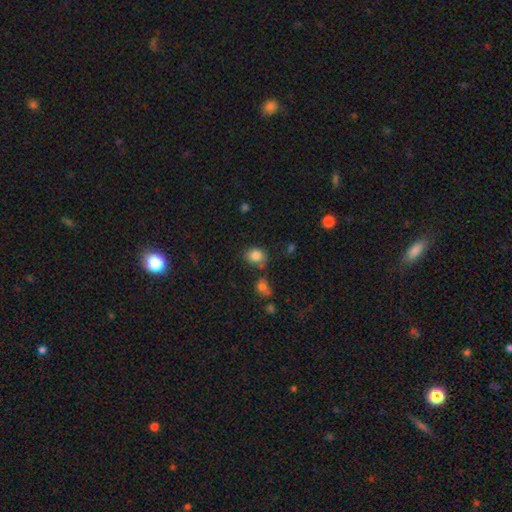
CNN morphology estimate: smooth-or-featured: smooth: 84% | star or artifact: 10% | featured or disk: 6%
  how-rounded: round: 53% | in between: 46% | cigar-shaped: 1%
  merging: none: 68% | minor disturbance: 17% | merger: 10% | major disturbance: 5%